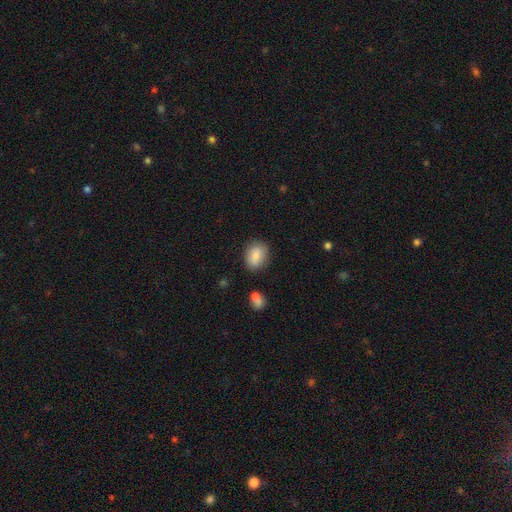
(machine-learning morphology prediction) smooth 82%, featured or disk 10%, star or artifact 8%. Down the decision tree: how rounded — in between (67%); merging — none (82%).